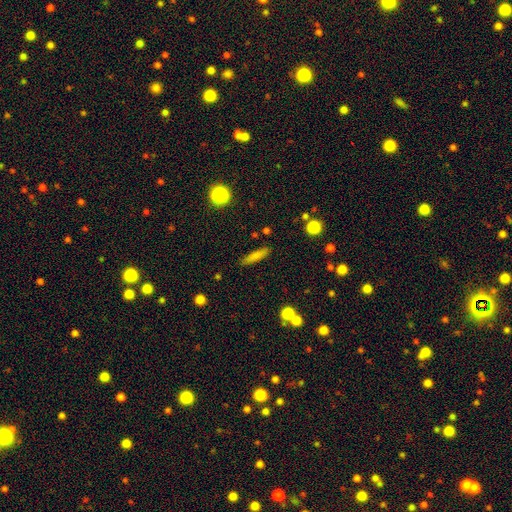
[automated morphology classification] Overall: smooth (78%). How rounded: cigar-shaped (81%). Merging: none (86%).